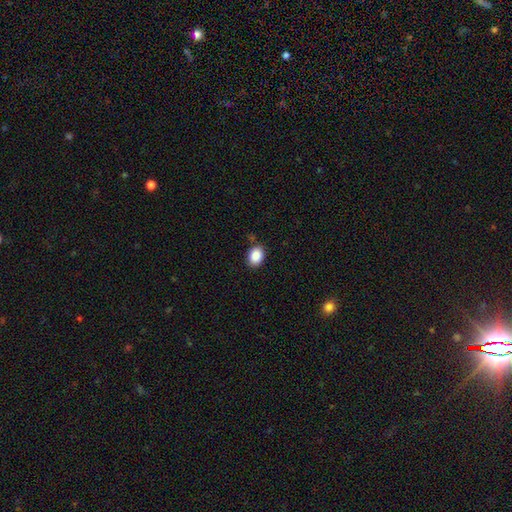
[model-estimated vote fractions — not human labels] Overall: smooth (89%). How rounded: in between (69%; round 30%). Merging: none (82%).